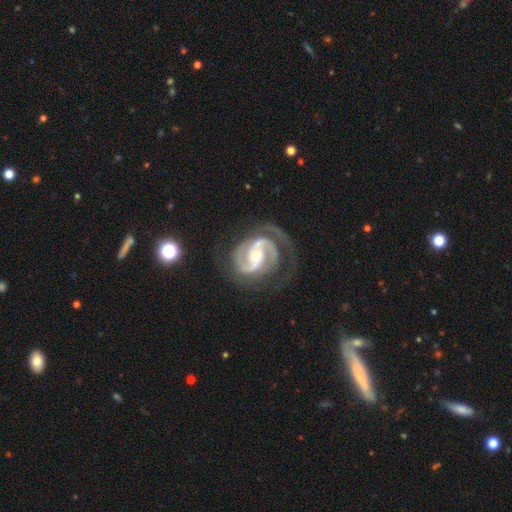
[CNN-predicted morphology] smooth-or-featured: featured or disk: 92% | star or artifact: 4% | smooth: 3%
  disk-edge-on: no: 98% | yes: 2%
    bar: weak: 38% (tied) | no: 38% (tied) | strong: 24%
    has-spiral-arms: yes: 98% | no: 2%
      spiral-winding: medium: 49% | tight: 41% | loose: 11%
      spiral-arm-count: 2: 80% | 3: 9% | can't tell: 4% | 1: 4% | 4: 2% | more than 4: 2%
    bulge-size: small: 51% | moderate: 46% | large: 2% | none: 1% | dominant: 1%
  merging: none: 61% | minor disturbance: 19% | major disturbance: 17% | merger: 3%